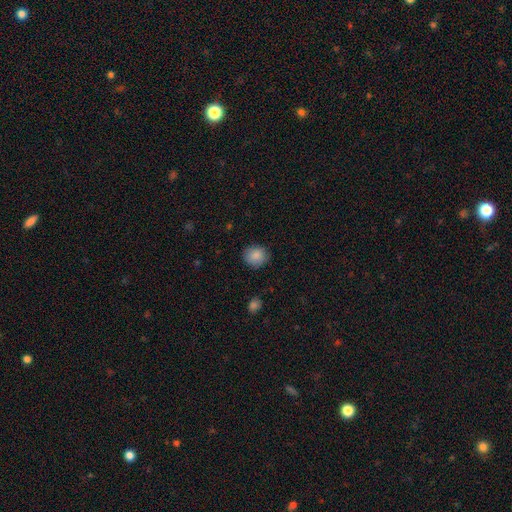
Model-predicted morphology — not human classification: This appears to be a smooth galaxy with no disk features (88%) that is round (77%). Merging: none (86%).